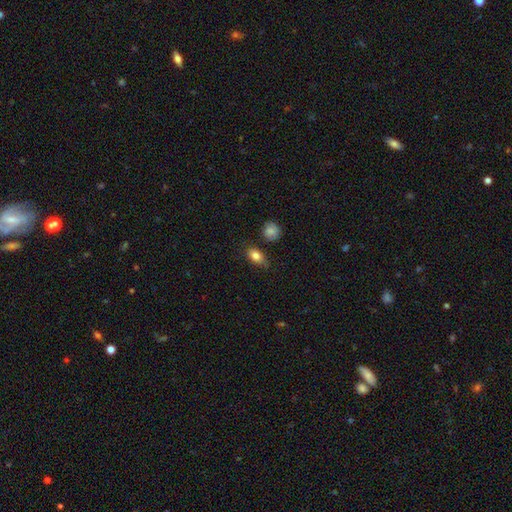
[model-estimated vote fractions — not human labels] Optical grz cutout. It shows a smooth galaxy with no disk features (84%) that is in between round and cigar-shaped (80%). Merging: none (72%).